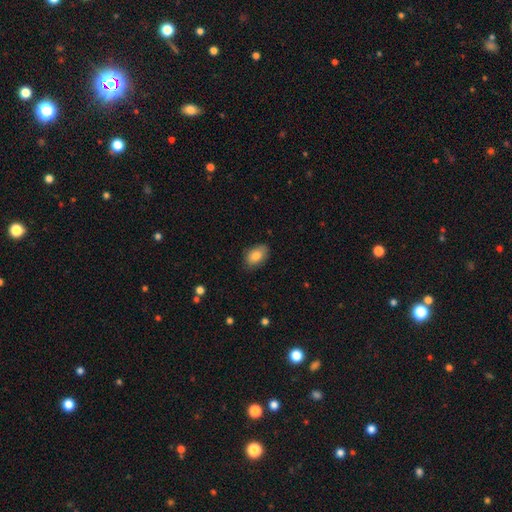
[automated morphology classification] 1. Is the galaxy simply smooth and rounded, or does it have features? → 83% smooth, 10% featured or disk, 7% star or artifact.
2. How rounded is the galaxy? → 89% in between, 9% round, 2% cigar-shaped.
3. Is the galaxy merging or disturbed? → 80% none, 17% minor disturbance, 3% major disturbance, 1% merger.